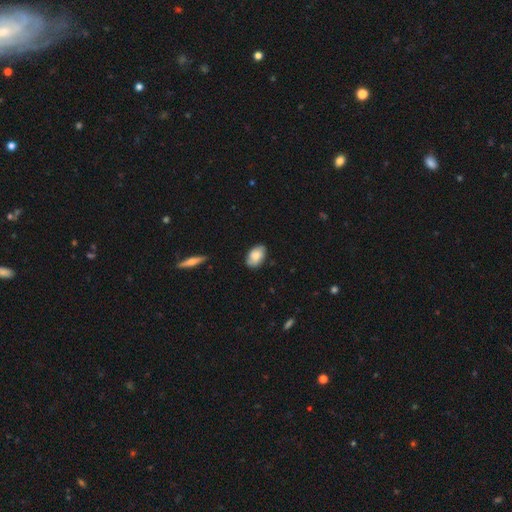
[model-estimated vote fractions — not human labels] Smooth or featured? smooth (79%)
How rounded? in between (91%)
Merging? none (79%)